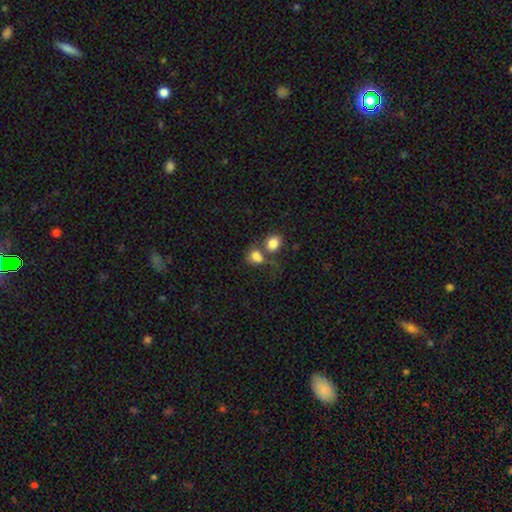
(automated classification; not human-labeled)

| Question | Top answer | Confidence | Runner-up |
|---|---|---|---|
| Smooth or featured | smooth | 80% | star or artifact (10%) |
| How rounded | round | 53% | in between (46%) |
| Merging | merger | 51% | none (32%) |